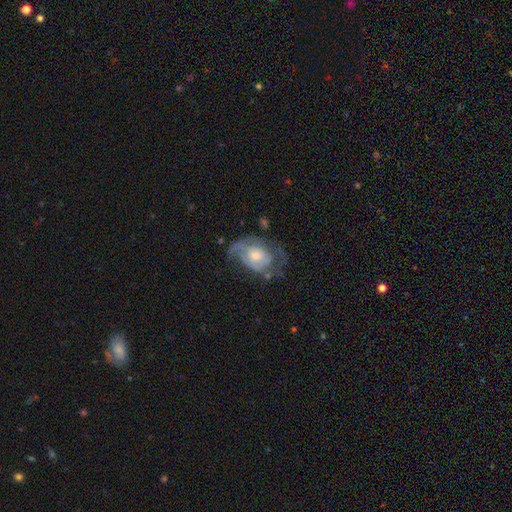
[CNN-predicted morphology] Overall: featured or disk (74%). Edge-on disk: no (96%). Bar: no (74%). Spiral arms: yes (81%). Spiral arm count: 2 (57%; can't tell 23%). Spiral winding: medium (41%; tight 34%). Bulge size: moderate (54%; small 37%). Merging: none (48%; major disturbance 26%).